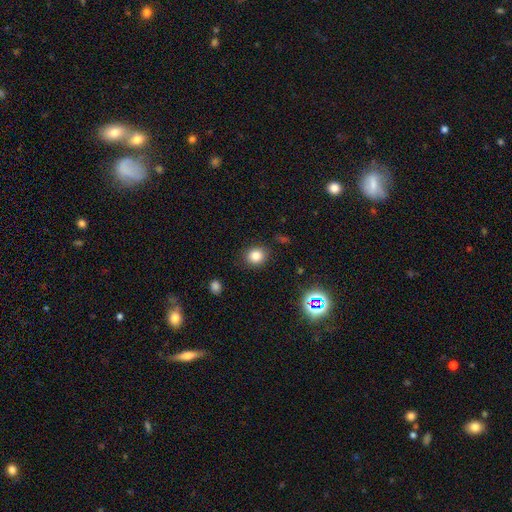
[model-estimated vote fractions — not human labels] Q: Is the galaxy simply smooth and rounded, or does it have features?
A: smooth — 81%.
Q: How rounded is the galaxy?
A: round — 76%.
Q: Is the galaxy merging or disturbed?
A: none — 87%.